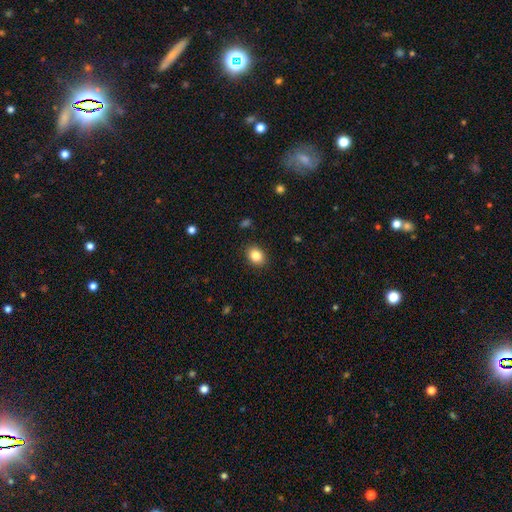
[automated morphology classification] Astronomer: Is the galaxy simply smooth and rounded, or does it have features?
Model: smooth — 85%.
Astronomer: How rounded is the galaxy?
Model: in between — 57% (runner-up: round, 42%).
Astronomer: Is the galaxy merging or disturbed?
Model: none — 88%.